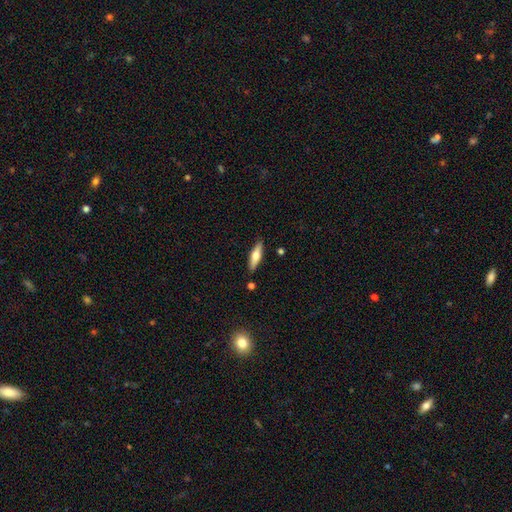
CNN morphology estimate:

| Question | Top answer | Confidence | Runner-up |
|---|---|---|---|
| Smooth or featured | smooth | 53% | featured or disk (41%) |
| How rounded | cigar-shaped | 67% | in between (31%) |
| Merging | none | 86% | minor disturbance (9%) |